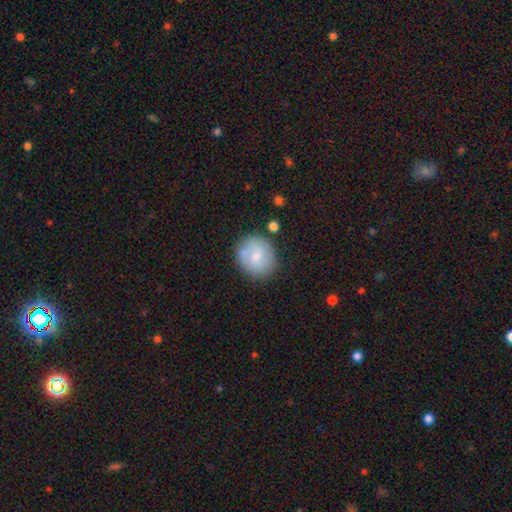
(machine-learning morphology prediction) Smooth or featured?
  - smooth: 61% *
  - featured or disk: 32%
  - star or artifact: 7%
How rounded?
  - round: 83% *
  - in between: 16%
  - cigar-shaped: 1%
Merging?
  - none: 72% *
  - minor disturbance: 16%
  - merger: 6%
  - major disturbance: 6%